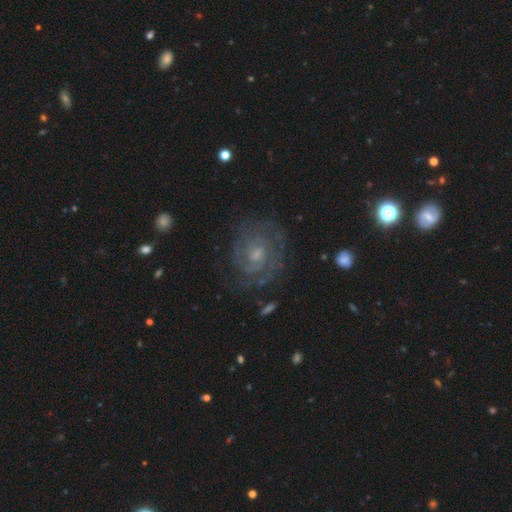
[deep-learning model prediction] A featured or disk galaxy (80%) with no bar (60%), 2 (36%) tight (69%) spiral arms (94%) and a small central bulge (50%). Merging: none (76%).